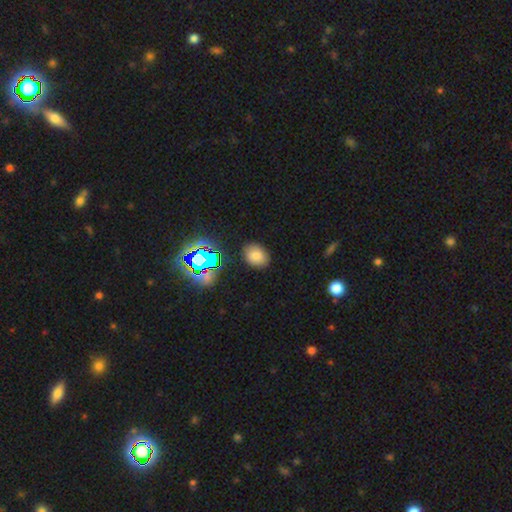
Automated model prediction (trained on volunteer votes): Smooth or featured?
  - smooth: 73% *
  - star or artifact: 20%
  - featured or disk: 7%
How rounded?
  - in between: 62% *
  - round: 37%
  - cigar-shaped: 1%
Merging?
  - none: 85% *
  - minor disturbance: 10%
  - major disturbance: 3%
  - merger: 2%